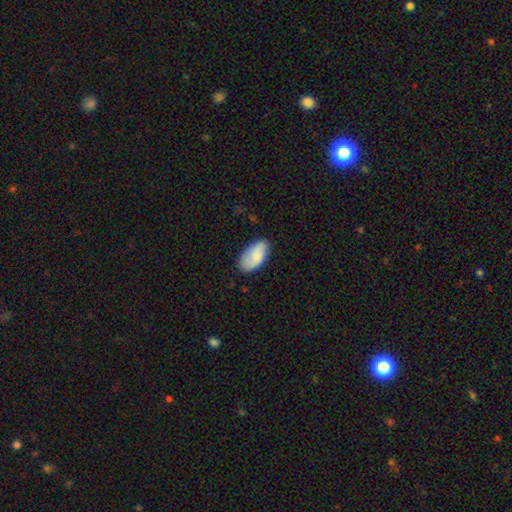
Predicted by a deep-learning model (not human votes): The model was most divided on "merging": none: 77%, minor disturbance: 19%, major disturbance: 3%, merger: 1%. More confident: how rounded — in between (95%); smooth or featured — smooth (82%).